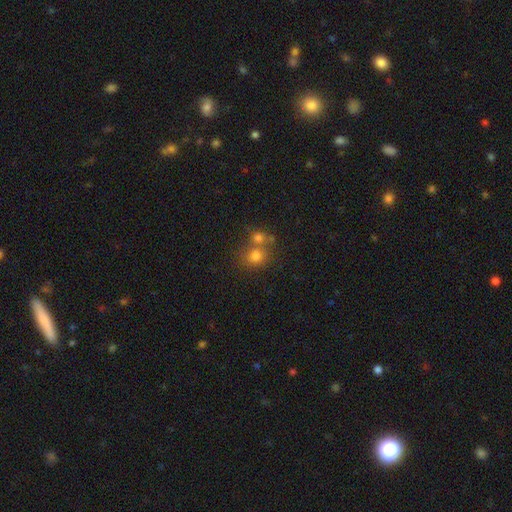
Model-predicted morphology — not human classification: Smooth or featured? smooth (73%)
How rounded? round (79%)
Merging? none (46%)